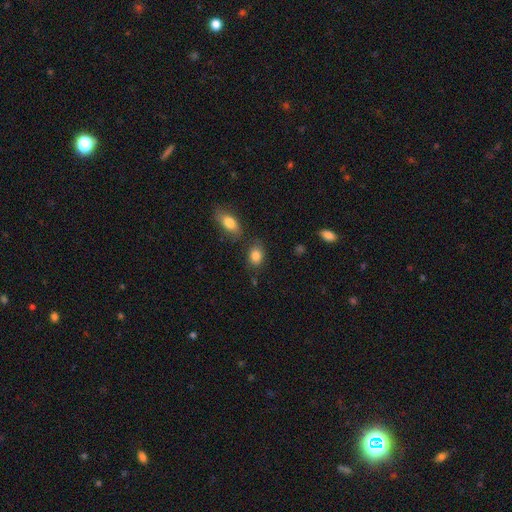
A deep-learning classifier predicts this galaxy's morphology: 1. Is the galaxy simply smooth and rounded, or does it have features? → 85% smooth, 9% star or artifact, 7% featured or disk.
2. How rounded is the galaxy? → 70% in between, 28% round, 2% cigar-shaped.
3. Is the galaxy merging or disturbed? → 75% none, 13% minor disturbance, 8% merger, 4% major disturbance.